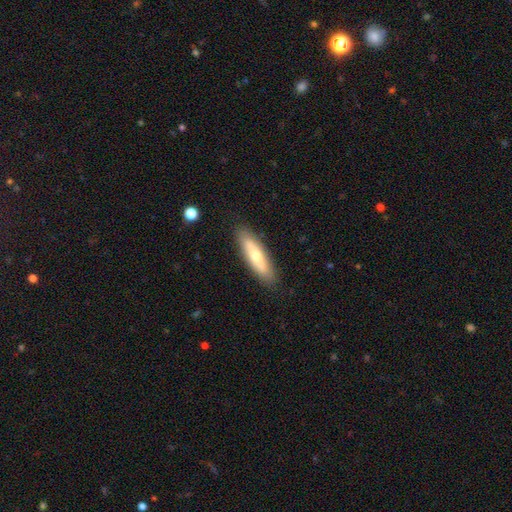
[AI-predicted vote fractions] Smooth or featured?
  - smooth: 60% *
  - featured or disk: 34%
  - star or artifact: 6%
How rounded?
  - cigar-shaped: 61% *
  - in between: 37%
  - round: 2%
Merging?
  - none: 86% *
  - minor disturbance: 10%
  - major disturbance: 2%
  - merger: 1%